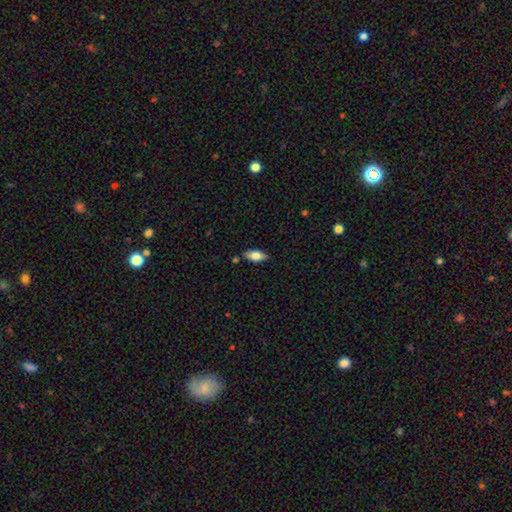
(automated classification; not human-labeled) Smooth or featured: smooth — 71% (featured or disk — 22%)
How rounded: in between — 82% (cigar-shaped — 15%)
Merging: none — 83% (minor disturbance — 12%)